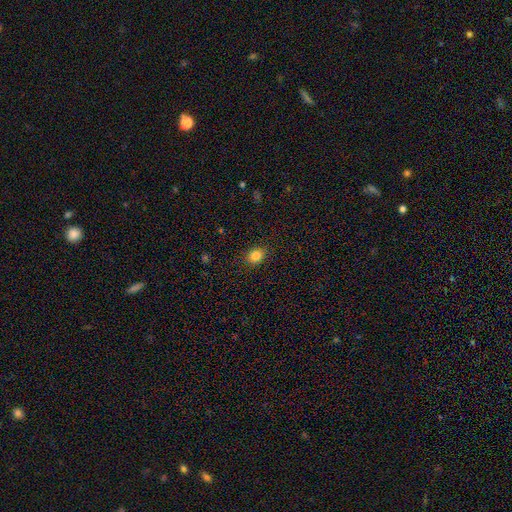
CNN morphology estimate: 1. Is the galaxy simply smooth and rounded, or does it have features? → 84% smooth, 11% star or artifact, 5% featured or disk.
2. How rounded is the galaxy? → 57% round, 42% in between, 1% cigar-shaped.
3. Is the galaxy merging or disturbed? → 88% none, 8% minor disturbance, 2% major disturbance, 1% merger.